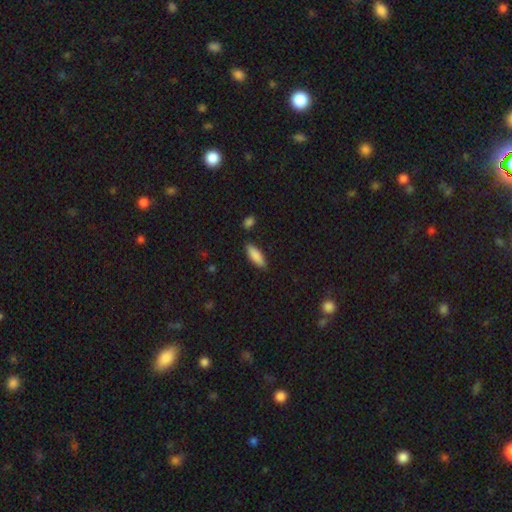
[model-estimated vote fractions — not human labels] A smooth galaxy with no disk features (87%) that is in between round and cigar-shaped (64%).

Vote fractions:
- Smooth or featured? smooth: 87% / featured or disk: 7% / star or artifact: 6%
- How rounded? in between: 64% / cigar-shaped: 34% / round: 2%
- Merging? none: 84% / minor disturbance: 11% / merger: 3% / major disturbance: 2%